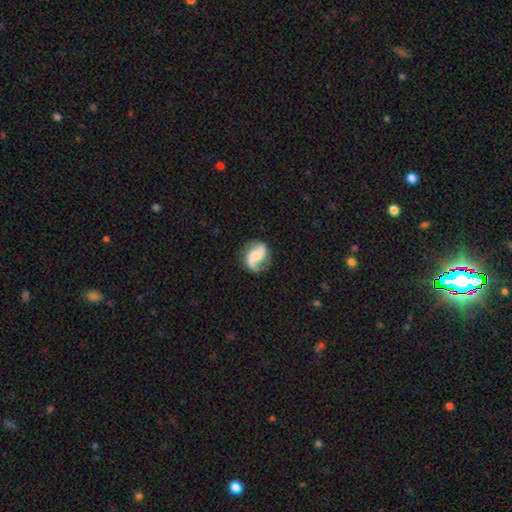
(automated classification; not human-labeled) The model was most divided on "spiral winding": medium: 44%, loose: 42%, tight: 14%. Remaining: edge-on disk — no (98%); spiral arms — yes (96%); spiral arm count — 2 (89%); smooth or featured — featured or disk (82%); merging — none (75%); bar — no (49%); bulge size — small (32%).